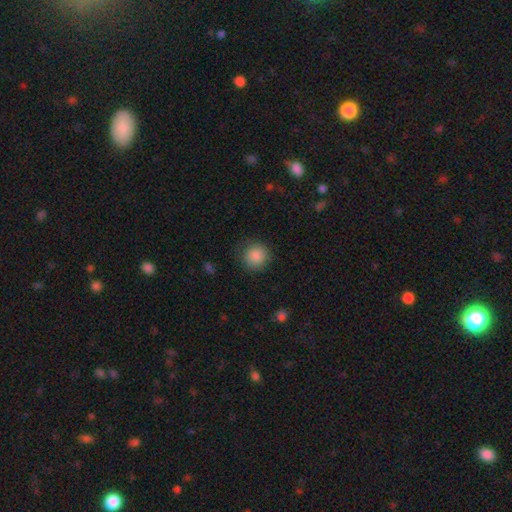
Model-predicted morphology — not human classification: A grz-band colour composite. It shows a smooth galaxy with no disk features (87%) that is round (93%). Merging: none (82%).